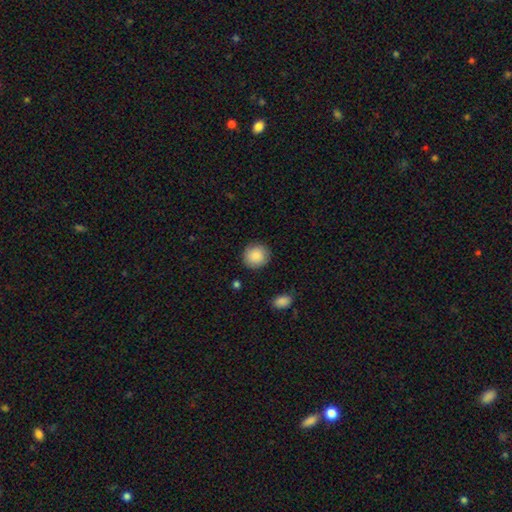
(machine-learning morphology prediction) Smooth or featured: smooth — 87% (star or artifact — 7%)
How rounded: round — 90% (in between — 9%)
Merging: none — 87% (minor disturbance — 9%)